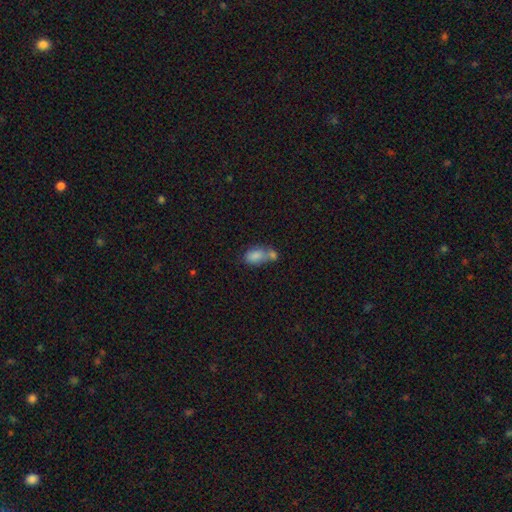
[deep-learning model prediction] Overall: smooth (79%). How rounded: in between (86%). Merging: merger (55%; none 25%).